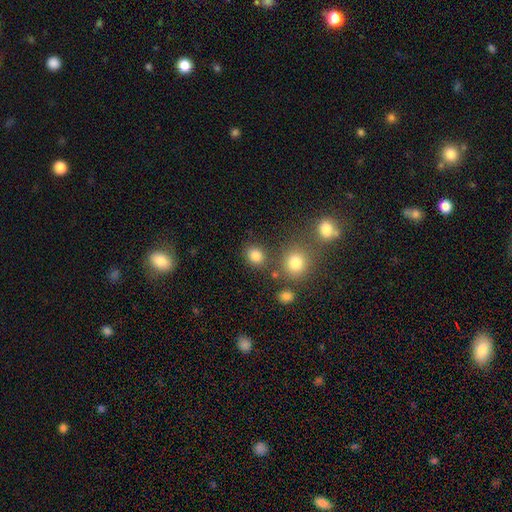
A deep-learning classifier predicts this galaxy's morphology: A smooth galaxy with no disk features (82%) that is round (68%). Merging: none (78%).